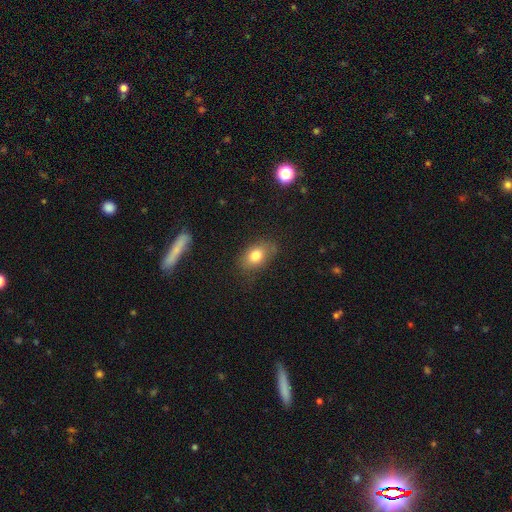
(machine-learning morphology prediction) smooth_or_featured: smooth (p=0.77) [alt: featured or disk p=0.13]
how_rounded: in between (p=0.78) [alt: round p=0.20]
merging: none (p=0.74) [alt: minor disturbance p=0.19]